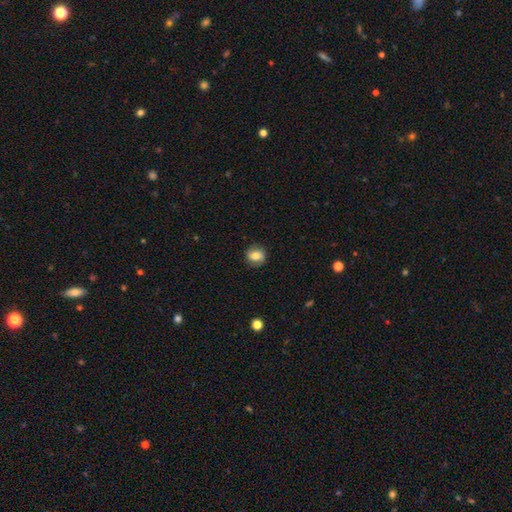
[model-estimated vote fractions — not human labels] smooth-or-featured: smooth: 69% | featured or disk: 22% | star or artifact: 10%
  how-rounded: round: 75% | in between: 23% | cigar-shaped: 1%
  merging: none: 84% | minor disturbance: 12% | major disturbance: 3% | merger: 1%